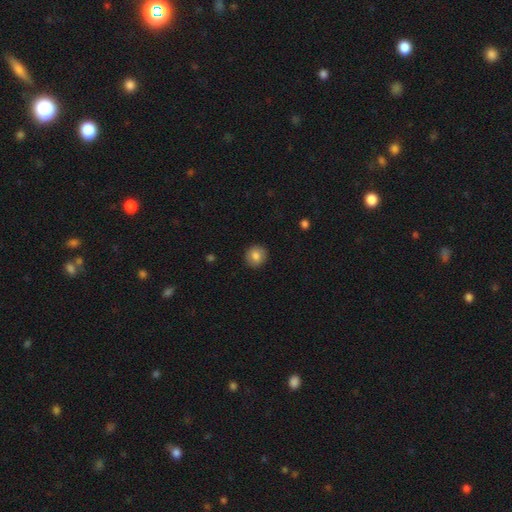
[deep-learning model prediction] This appears to be a smooth galaxy with no disk features (84%) that is round (90%). Merging: none (91%).